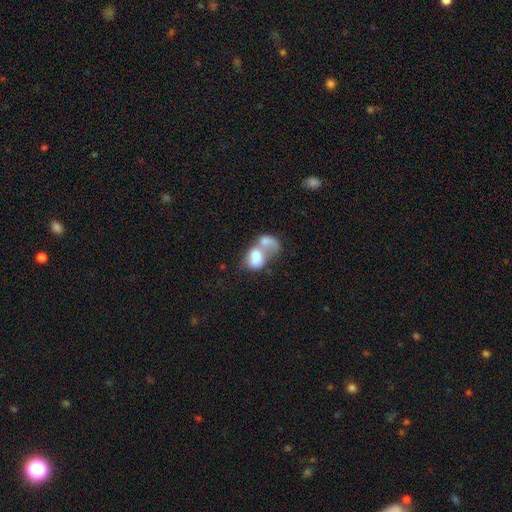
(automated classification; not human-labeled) This is likely a smooth galaxy (70%). How rounded: likely in between (74%). Merging: likely merger (77%).